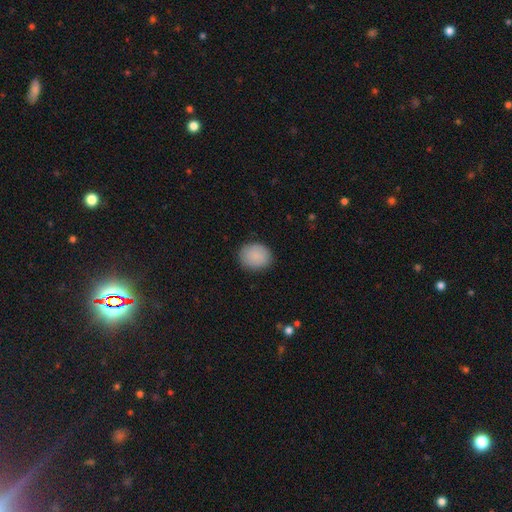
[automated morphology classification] Q: Smooth or featured?
A: smooth (89%); runner-up: star or artifact (7%)
Q: How rounded?
A: round (66%); runner-up: in between (33%)
Q: Merging?
A: none (87%); runner-up: minor disturbance (10%)